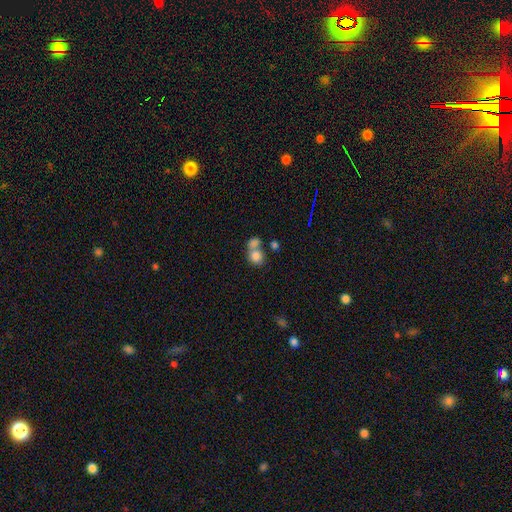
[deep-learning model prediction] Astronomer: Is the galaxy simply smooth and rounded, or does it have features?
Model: smooth — 80%.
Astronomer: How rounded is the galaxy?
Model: round — 73%.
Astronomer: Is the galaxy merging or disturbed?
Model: merger — 53% (runner-up: none, 34%).